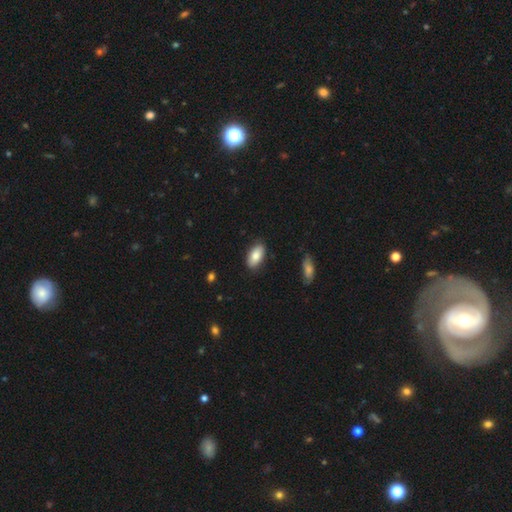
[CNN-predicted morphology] smooth 84%, featured or disk 9%, star or artifact 6%. Down the decision tree: how rounded — in between (93%); merging — none (86%).